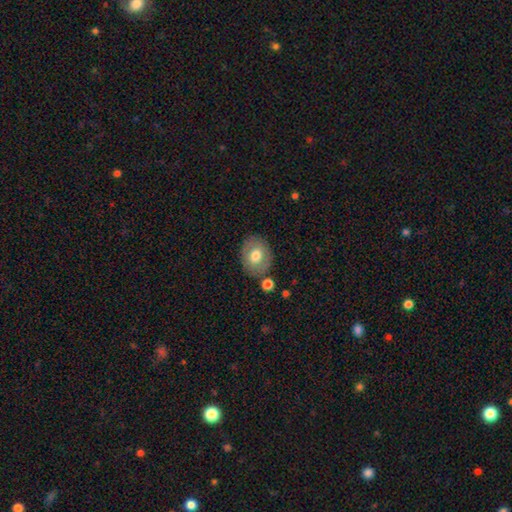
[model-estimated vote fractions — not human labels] Overall: smooth (70%). How rounded: in between (53%; round 46%). Merging: none (78%).